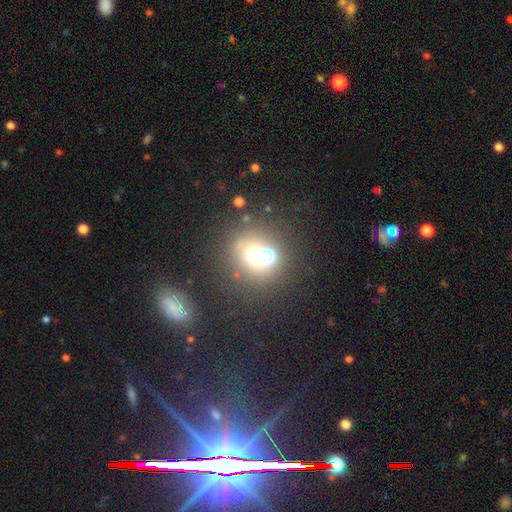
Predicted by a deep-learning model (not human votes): Q: Smooth or featured?
A: smooth (52%); runner-up: star or artifact (26%)
Q: How rounded?
A: round (78%); runner-up: in between (21%)
Q: Merging?
A: none (52%); runner-up: merger (32%)